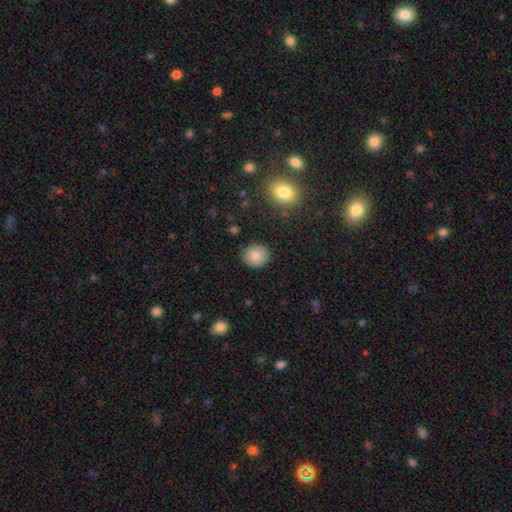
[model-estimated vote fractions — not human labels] A smooth galaxy with no disk features (83%) that is round (84%). Merging: none (88%).